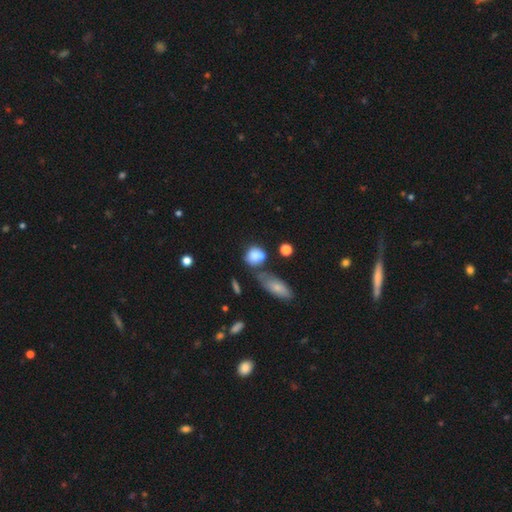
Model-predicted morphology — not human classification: Smooth or featured?
  - smooth: 78% *
  - featured or disk: 12%
  - star or artifact: 10%
How rounded?
  - round: 54% *
  - in between: 43%
  - cigar-shaped: 3%
Merging?
  - none: 40% *
  - minor disturbance: 24%
  - merger: 23%
  - major disturbance: 12%